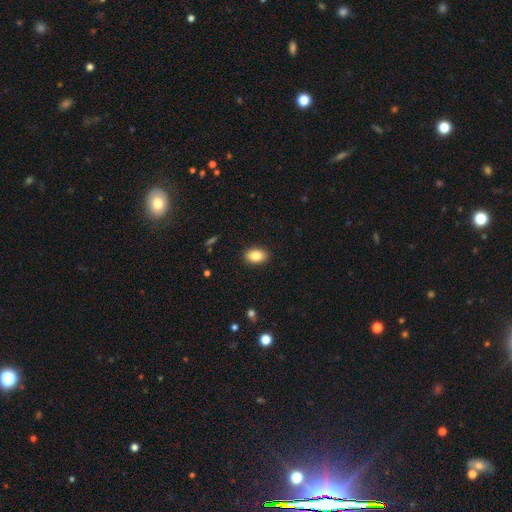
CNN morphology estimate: This appears to be a smooth galaxy with no disk features (86%) that is in between round and cigar-shaped (84%). Merging: none (89%).